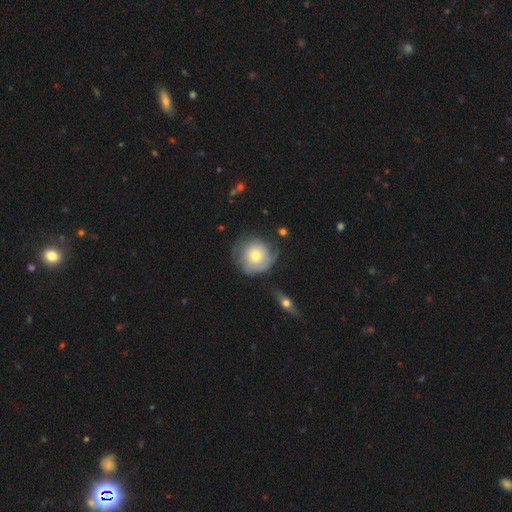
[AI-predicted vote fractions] The model was most divided on "smooth or featured": smooth: 60%, featured or disk: 32%, star or artifact: 8%. More confident: how rounded — round (91%); merging — none (59%).